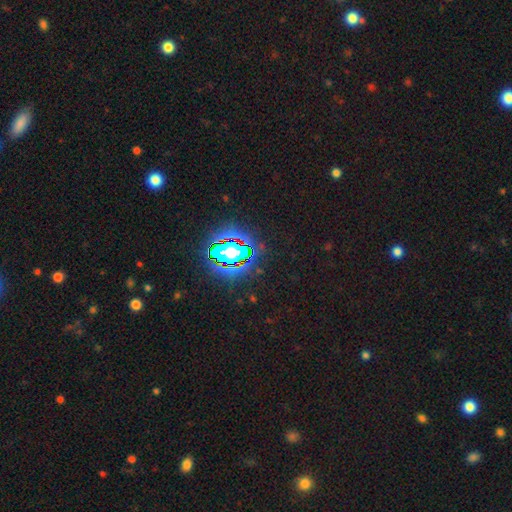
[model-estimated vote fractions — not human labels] The model was most divided on "smooth or featured": star or artifact: 84%, smooth: 9%, featured or disk: 6%.